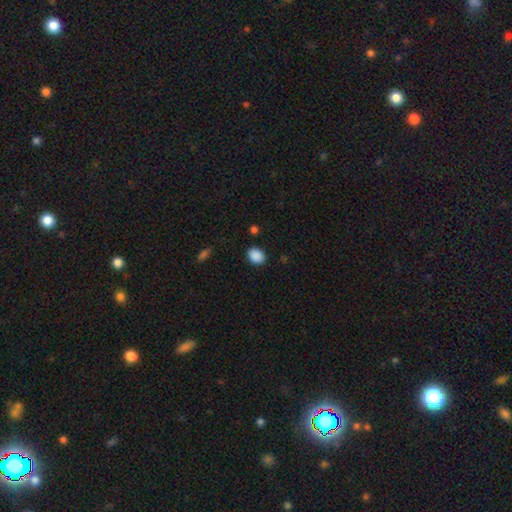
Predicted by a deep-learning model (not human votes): The model was most divided on "how rounded": in between: 62%, round: 37%, cigar-shaped: 1%. More confident: smooth or featured — smooth (89%); merging — none (86%).